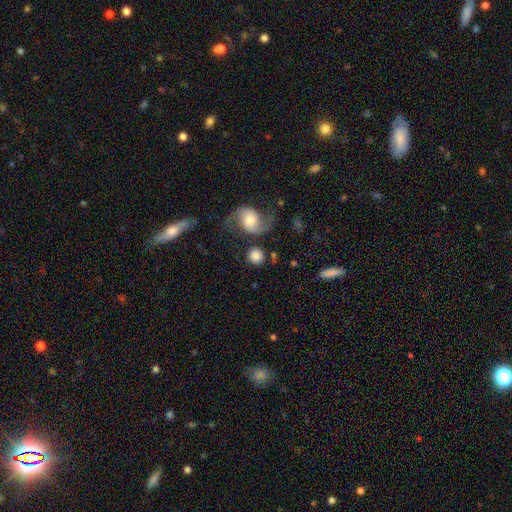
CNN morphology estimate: type=smooth (67%); roundness=round (89%); merging=none (72%).